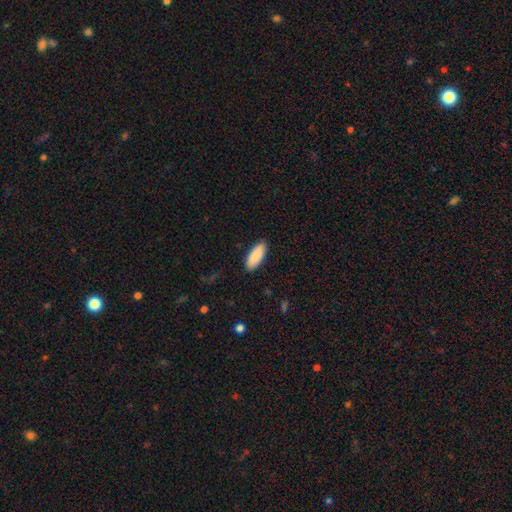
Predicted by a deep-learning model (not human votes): This is clearly a smooth galaxy (90%). How rounded: likely in between (77%). Merging: clearly none (89%).